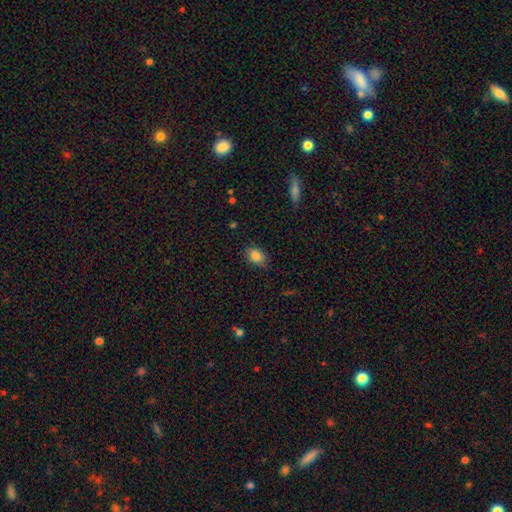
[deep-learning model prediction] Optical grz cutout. It shows a smooth galaxy with no disk features (85%) that is in between round and cigar-shaped (78%). Merging: none (77%).